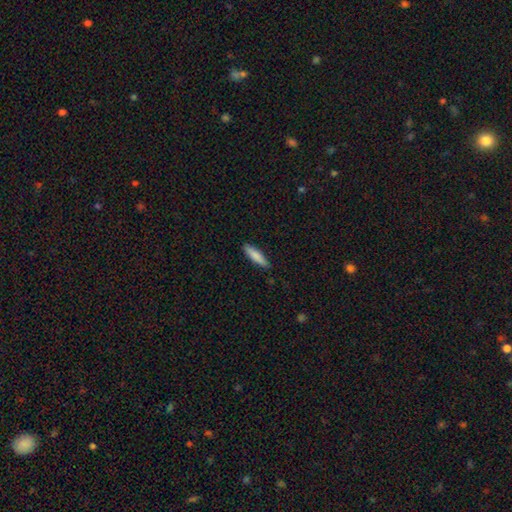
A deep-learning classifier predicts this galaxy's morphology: This is clearly a smooth galaxy (82%). How rounded: likely cigar-shaped (78%). Merging: clearly none (88%).